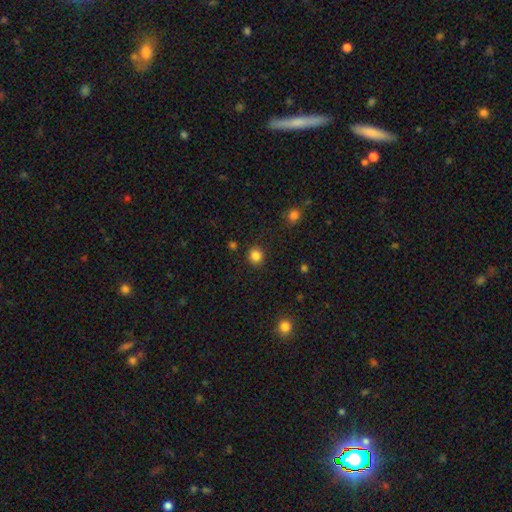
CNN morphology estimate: Q: Smooth or featured?
A: smooth (85%); runner-up: star or artifact (11%)
Q: How rounded?
A: round (90%); runner-up: in between (9%)
Q: Merging?
A: none (90%); runner-up: minor disturbance (6%)